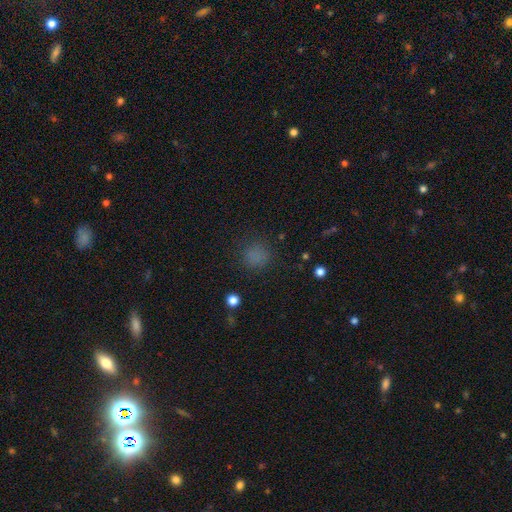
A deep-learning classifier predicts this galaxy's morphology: smooth_or_featured: smooth (p=0.75) [alt: star or artifact p=0.19]
how_rounded: round (p=0.87) [alt: in between p=0.12]
merging: none (p=0.81) [alt: minor disturbance p=0.12]